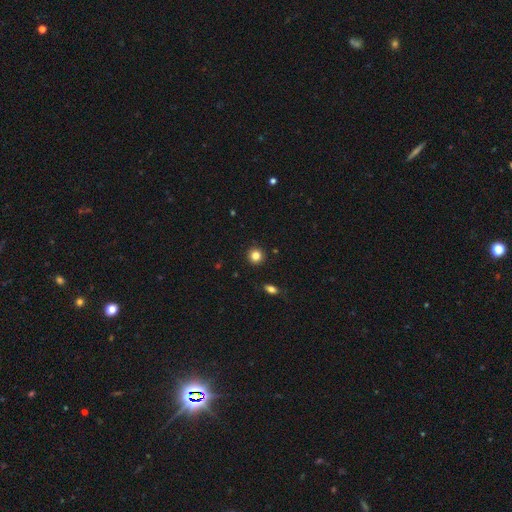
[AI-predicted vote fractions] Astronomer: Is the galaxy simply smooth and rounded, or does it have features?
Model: smooth — 83%.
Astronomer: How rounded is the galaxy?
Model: round — 93%.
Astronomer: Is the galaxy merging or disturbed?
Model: none — 92%.